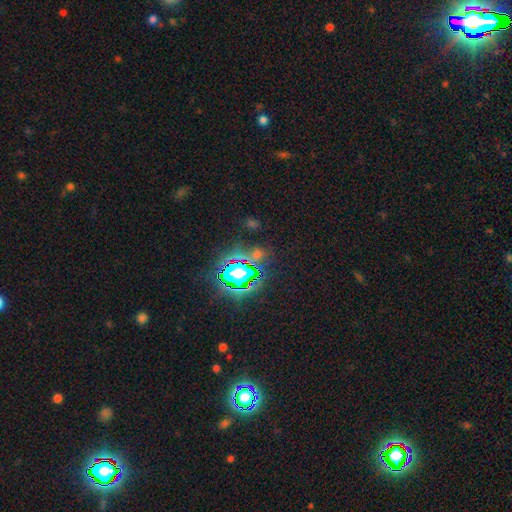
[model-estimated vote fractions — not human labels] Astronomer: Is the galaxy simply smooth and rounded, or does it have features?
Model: star or artifact — 76%.